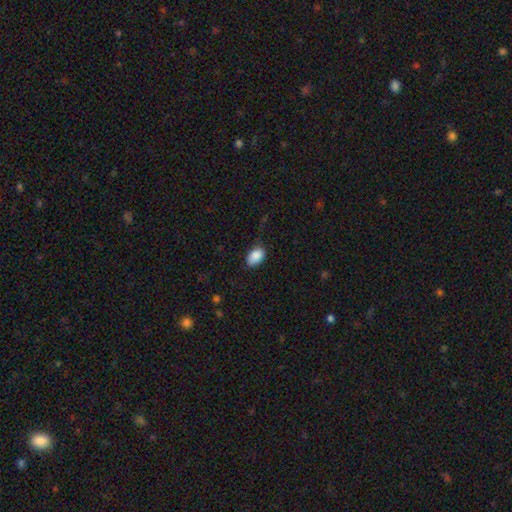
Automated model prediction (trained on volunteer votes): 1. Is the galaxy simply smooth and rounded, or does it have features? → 88% smooth, 8% star or artifact, 4% featured or disk.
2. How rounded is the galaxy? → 91% in between, 8% round, 1% cigar-shaped.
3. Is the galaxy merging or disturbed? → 72% none, 22% minor disturbance, 5% major disturbance, 1% merger.